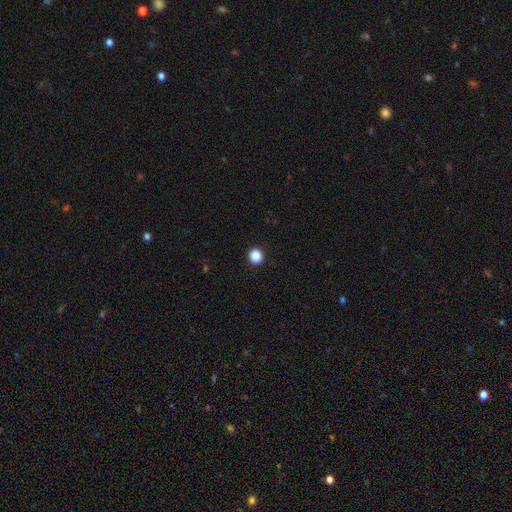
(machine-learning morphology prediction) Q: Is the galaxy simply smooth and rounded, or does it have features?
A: smooth — 89%.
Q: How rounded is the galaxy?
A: round — 91%.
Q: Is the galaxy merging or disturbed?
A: none — 92%.